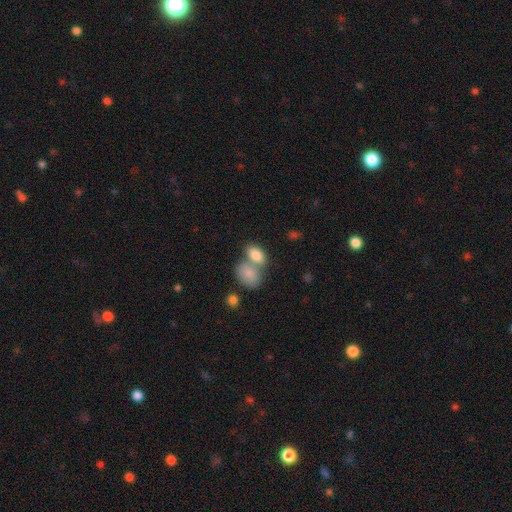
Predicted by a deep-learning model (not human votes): This is clearly a smooth galaxy (84%). How rounded: clearly in between (88%). Merging: possibly merger (51%).